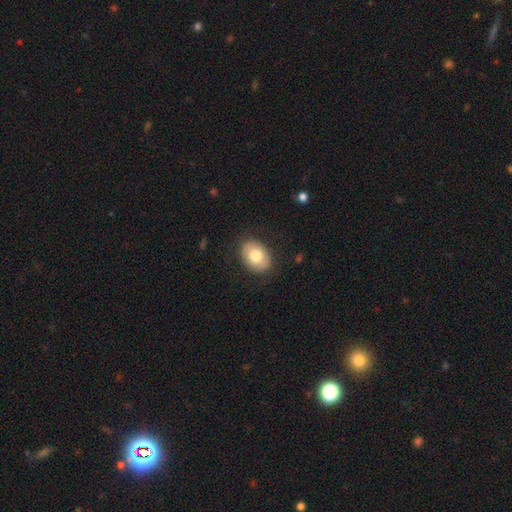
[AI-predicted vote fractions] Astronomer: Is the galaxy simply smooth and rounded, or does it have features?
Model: smooth — 76%.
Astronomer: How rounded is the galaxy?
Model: in between — 69%.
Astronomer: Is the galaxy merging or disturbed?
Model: none — 85%.